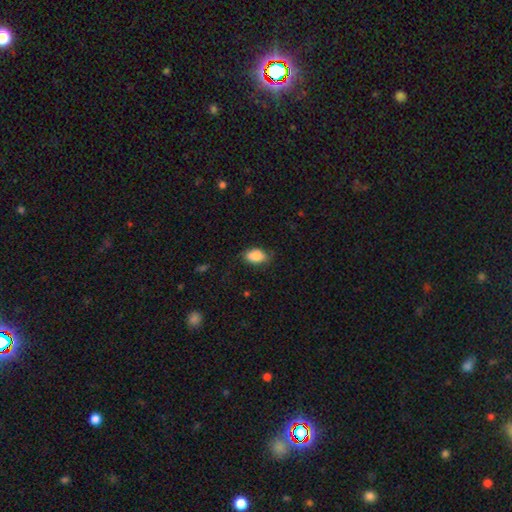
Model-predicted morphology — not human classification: This is clearly a smooth galaxy (87%). How rounded: clearly in between (90%). Merging: likely none (74%).